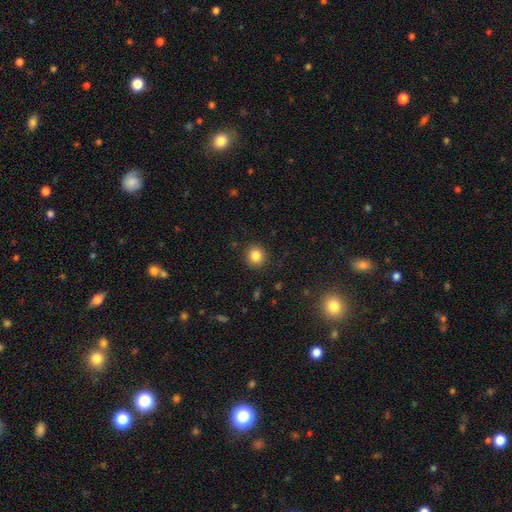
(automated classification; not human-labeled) This is clearly a smooth galaxy (85%). How rounded: clearly round (89%). Merging: clearly none (91%).